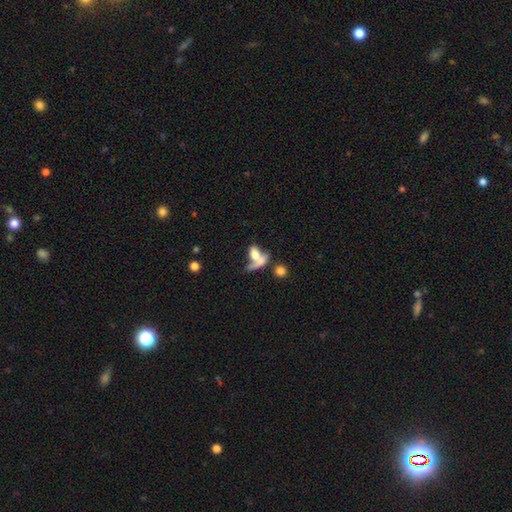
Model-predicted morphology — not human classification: Smooth or featured: smooth — 63% (featured or disk — 26%)
How rounded: in between — 65% (round — 19%)
Merging: merger — 53% (none — 25%)